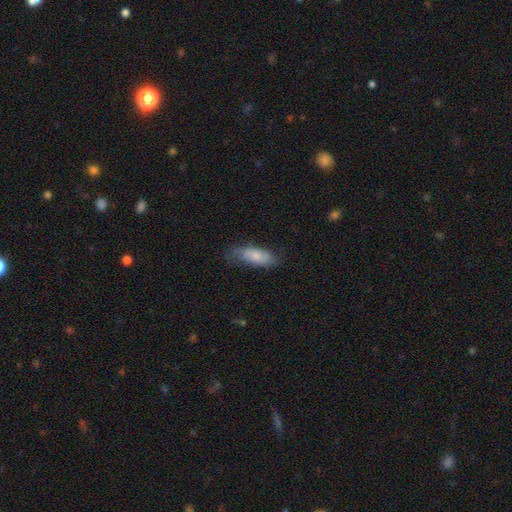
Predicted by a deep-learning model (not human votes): Smooth or featured? smooth (66%)
How rounded? in between (77%)
Merging? none (62%)